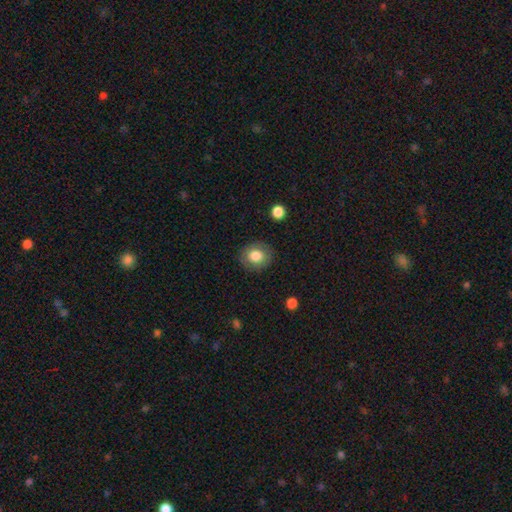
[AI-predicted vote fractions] The model was most divided on "how rounded": round: 74%, in between: 25%, cigar-shaped: 1%. More confident: merging — none (85%); smooth or featured — smooth (79%).